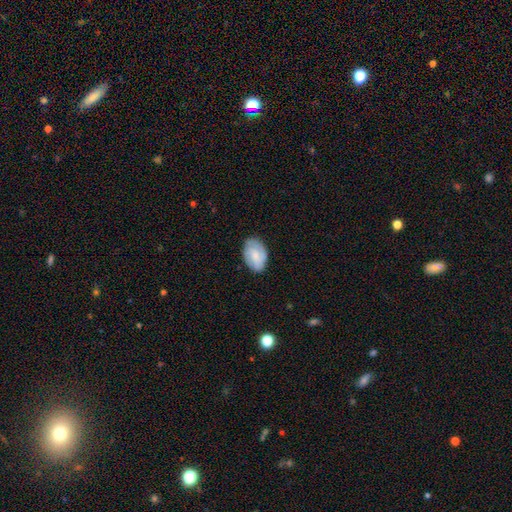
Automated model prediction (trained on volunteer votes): Smooth or featured? Predicted: smooth (p=0.61). How rounded? Predicted: in between (p=0.87). Merging? Predicted: none (p=0.77).